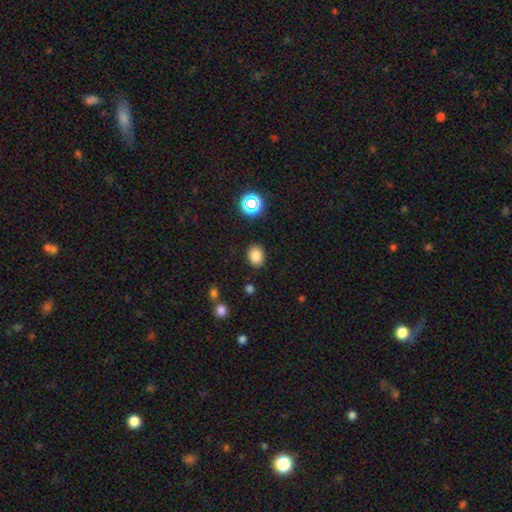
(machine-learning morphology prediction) Smooth or featured: smooth — 81% (star or artifact — 13%)
How rounded: in between — 55% (round — 44%)
Merging: none — 87% (minor disturbance — 8%)